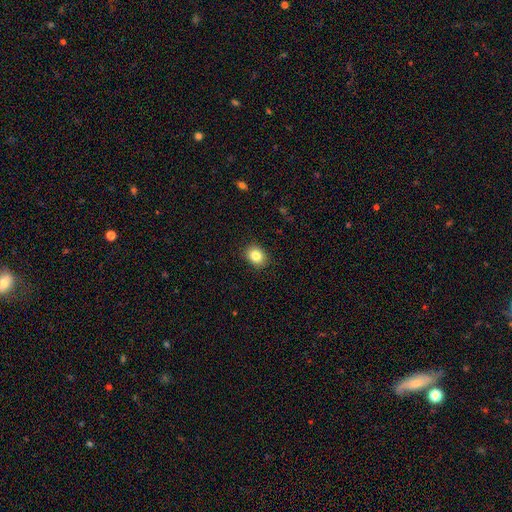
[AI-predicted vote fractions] A smooth galaxy with no disk features (84%) that is in between round and cigar-shaped (51%). Merging: none (89%).